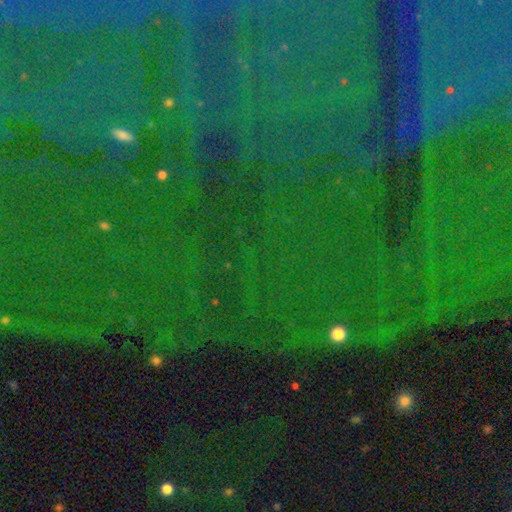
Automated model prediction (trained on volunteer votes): Morphology: type=star or artifact (83%).